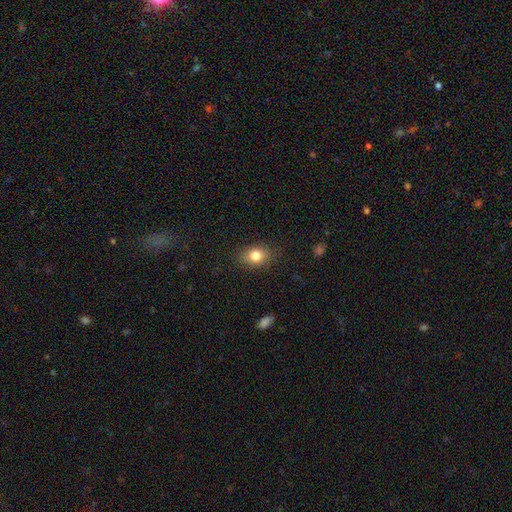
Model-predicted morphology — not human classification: smooth-or-featured: smooth: 81% | star or artifact: 10% | featured or disk: 10%
  how-rounded: in between: 70% | round: 28% | cigar-shaped: 2%
  merging: none: 85% | minor disturbance: 11% | major disturbance: 3% | merger: 1%